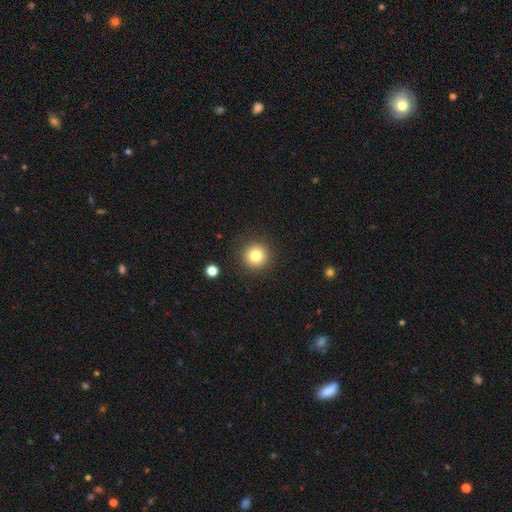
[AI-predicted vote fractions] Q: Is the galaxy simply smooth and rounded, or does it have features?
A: smooth — 80%.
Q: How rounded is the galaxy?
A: round — 96%.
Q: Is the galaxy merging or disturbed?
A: none — 90%.